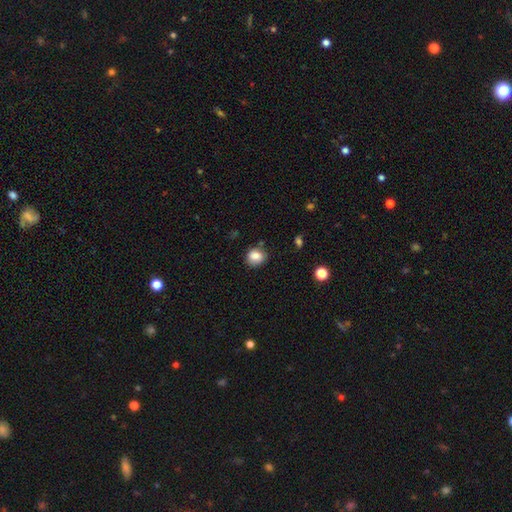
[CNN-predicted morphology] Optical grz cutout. It shows a smooth galaxy with no disk features (82%) that is round (74%). Merging: none (76%).